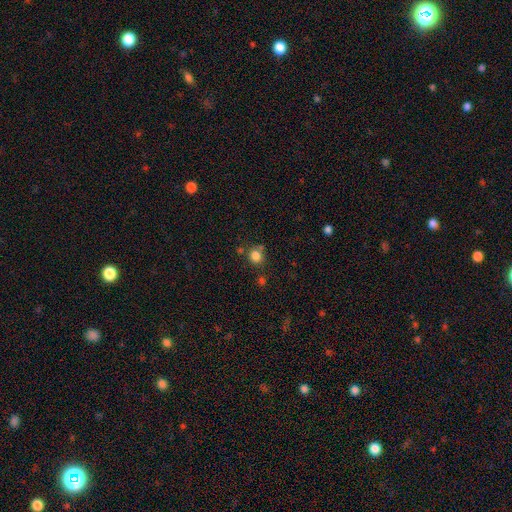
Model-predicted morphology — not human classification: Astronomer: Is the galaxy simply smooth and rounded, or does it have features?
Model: smooth — 82%.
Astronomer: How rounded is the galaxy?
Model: round — 89%.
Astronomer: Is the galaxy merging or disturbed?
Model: none — 72%.